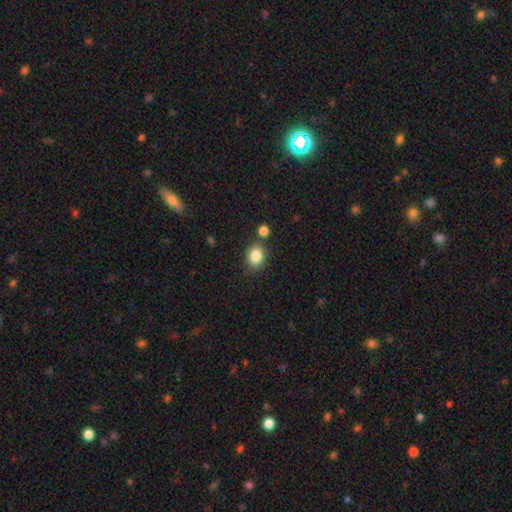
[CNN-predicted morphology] Smooth or featured? smooth (85%)
How rounded? round (58%)
Merging? none (76%)